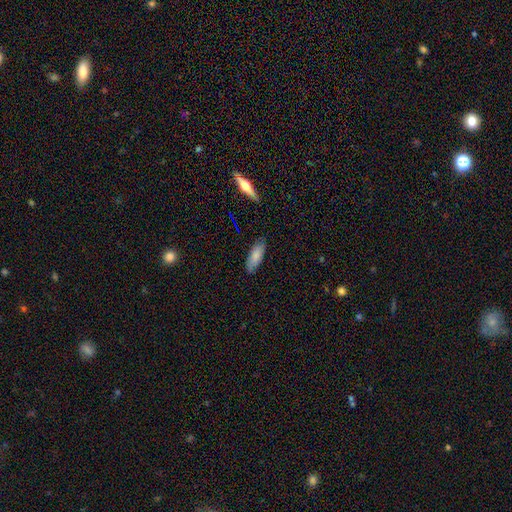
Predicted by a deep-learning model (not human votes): Smooth or featured? smooth (80%)
How rounded? in between (68%)
Merging? none (80%)